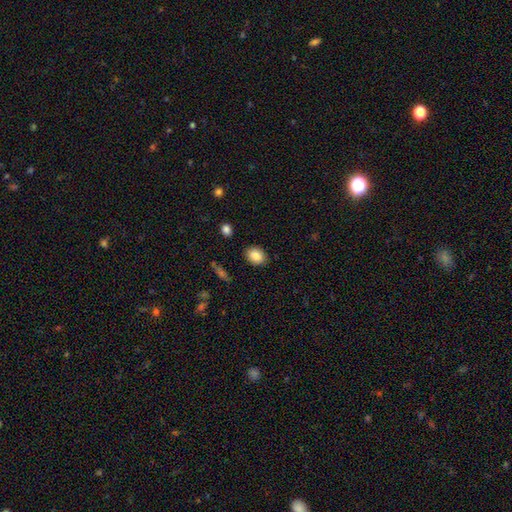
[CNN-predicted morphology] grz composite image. It shows a smooth galaxy with no disk features (85%) that is in between round and cigar-shaped (65%). Merging: none (88%).